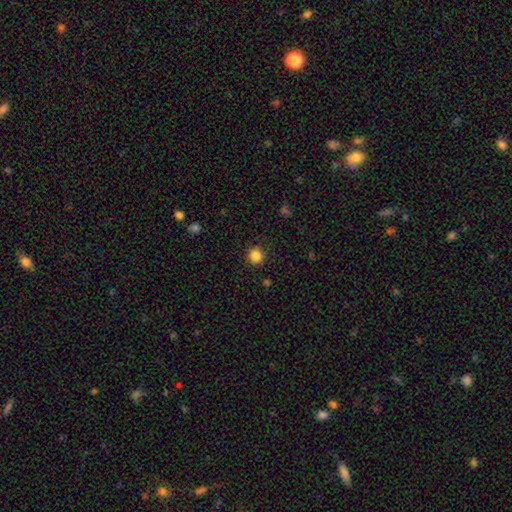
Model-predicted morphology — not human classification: The model was most divided on "smooth or featured": smooth: 85%, star or artifact: 12%, featured or disk: 3%. More confident: how rounded — round (95%); merging — none (92%).